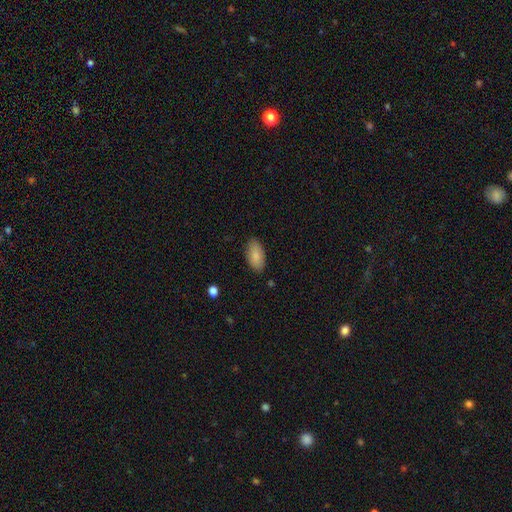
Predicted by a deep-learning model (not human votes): The model was most divided on "merging": none: 84%, minor disturbance: 12%, major disturbance: 2%, merger: 1%. More confident: how rounded — in between (94%); smooth or featured — smooth (85%).